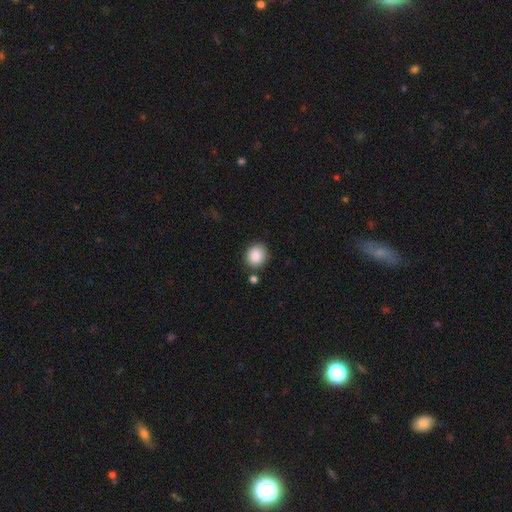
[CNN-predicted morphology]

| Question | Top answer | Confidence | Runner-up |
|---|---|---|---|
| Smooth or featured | smooth | 88% | star or artifact (8%) |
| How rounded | round | 76% | in between (23%) |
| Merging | none | 79% | minor disturbance (10%) |